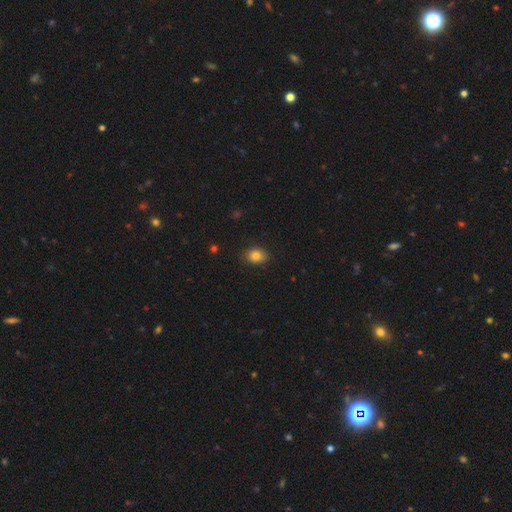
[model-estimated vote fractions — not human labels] smooth 84%, star or artifact 10%, featured or disk 6%. Down the decision tree: how rounded — in between (65%); merging — none (86%).